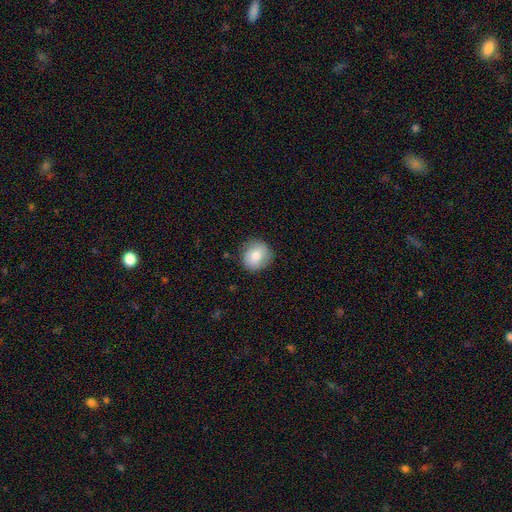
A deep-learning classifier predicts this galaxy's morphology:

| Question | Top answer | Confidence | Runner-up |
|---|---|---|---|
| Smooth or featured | smooth | 76% | featured or disk (15%) |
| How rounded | round | 86% | in between (13%) |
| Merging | none | 85% | minor disturbance (12%) |